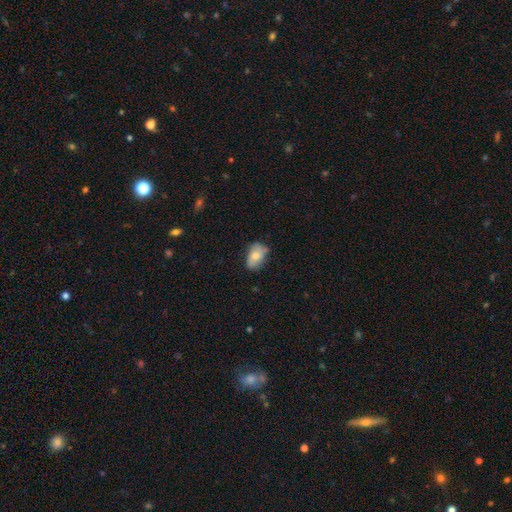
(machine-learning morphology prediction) smooth 68%, featured or disk 25%, star or artifact 7%. Down the decision tree: how rounded — in between (88%); merging — none (57%).